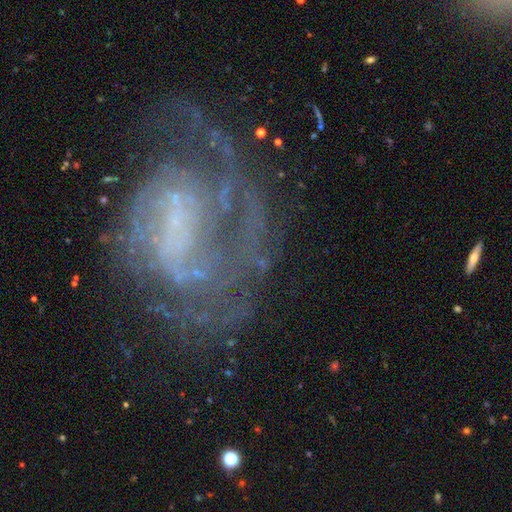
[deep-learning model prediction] A featured or disk galaxy (82%) with no bar (44%), 2 (32%) medium (41%) spiral arms (86%) and no central bulge (53%).

Vote fractions:
- Smooth or featured? featured or disk: 82% / star or artifact: 10% / smooth: 8%
- Edge-on disk? no: 98% / yes: 2%
- Bar? no: 44% / weak: 39% / strong: 17%
- Spiral arms? yes: 86% / no: 14%
- Spiral winding? medium: 41% / tight: 34% / loose: 26%
- Spiral arm count? 2: 32% / can't tell: 29% / 1: 17% / 3: 11% / 4: 6% / more than 4: 5%
- Bulge size? none: 53% / small: 32% / moderate: 11% / large: 3% / dominant: 1%
- Merging? none: 46% / major disturbance: 33% / minor disturbance: 18% / merger: 4%